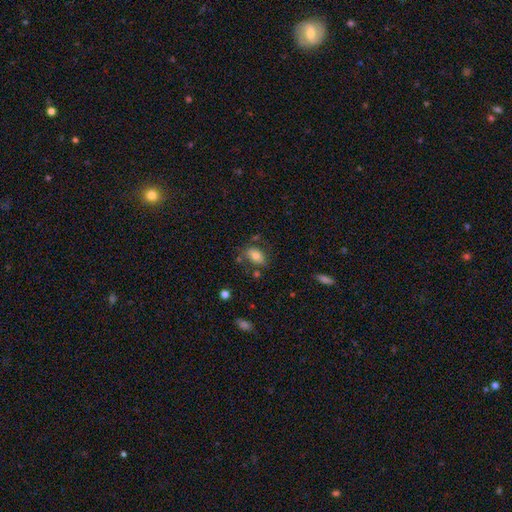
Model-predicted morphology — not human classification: A smooth galaxy with no disk features (77%) that is in between round and cigar-shaped (86%). Merging: none (66%).